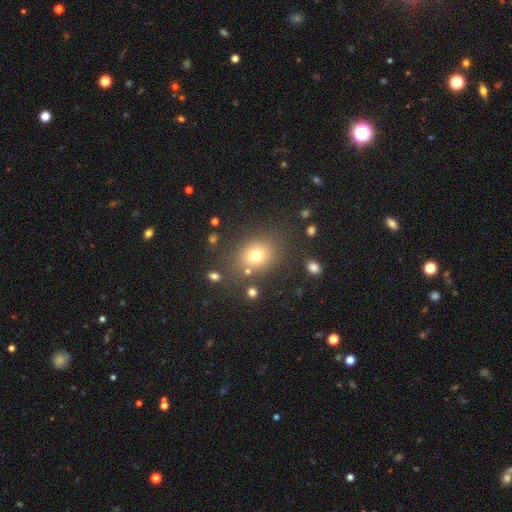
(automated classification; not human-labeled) Q: Smooth or featured?
A: smooth (73%); runner-up: star or artifact (15%)
Q: How rounded?
A: round (56%); runner-up: in between (43%)
Q: Merging?
A: none (78%); runner-up: minor disturbance (11%)